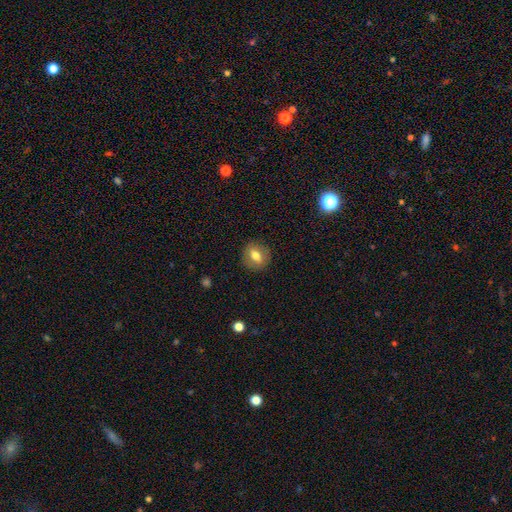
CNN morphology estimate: smooth_or_featured: smooth (p=0.69) [alt: featured or disk p=0.22]
how_rounded: round (p=0.73) [alt: in between p=0.26]
merging: none (p=0.88) [alt: minor disturbance p=0.08]